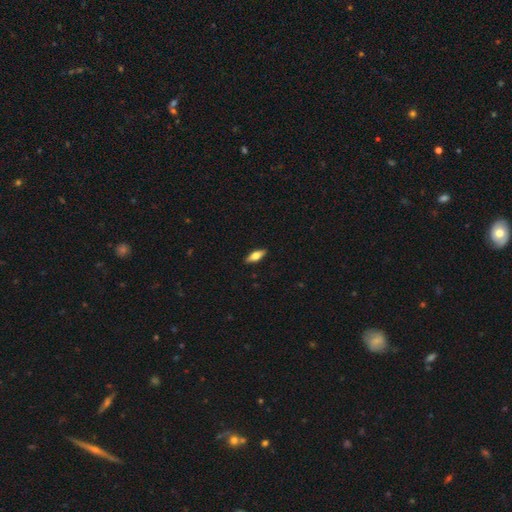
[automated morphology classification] Smooth or featured? Predicted: smooth (p=0.62). How rounded? Predicted: in between (p=0.67). Merging? Predicted: none (p=0.89).